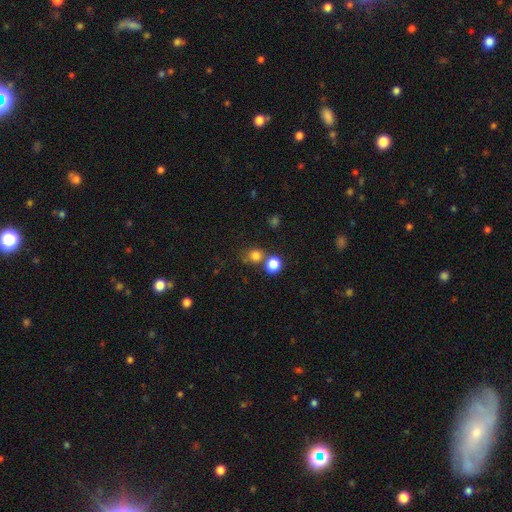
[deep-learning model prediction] smooth-or-featured: smooth: 80% | star or artifact: 14% | featured or disk: 6%
  how-rounded: round: 80% | in between: 19% | cigar-shaped: 1%
  merging: none: 60% | merger: 27% | minor disturbance: 9% | major disturbance: 4%